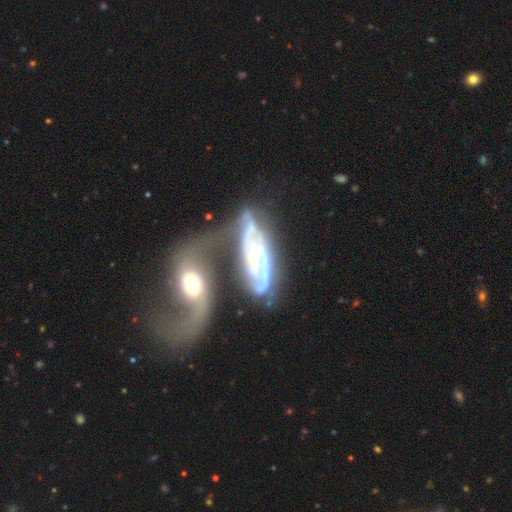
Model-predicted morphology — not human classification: Smooth or featured? Predicted: featured or disk (p=0.80). Edge-on disk? Predicted: no (p=0.85). Bar? Predicted: no (p=0.61). Spiral arms? Predicted: yes (p=0.81). Spiral winding? Predicted: medium (p=0.38). Spiral arm count? Predicted: 2 (p=0.52). Bulge size? Predicted: small (p=0.53). Merging? Predicted: merger (p=0.56).